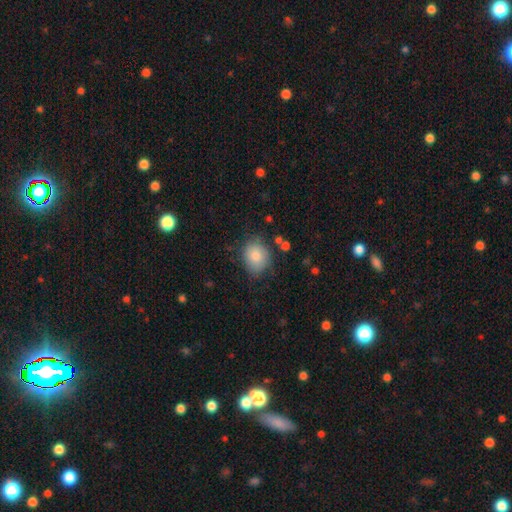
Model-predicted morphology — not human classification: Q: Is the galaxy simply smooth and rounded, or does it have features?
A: smooth — 84%.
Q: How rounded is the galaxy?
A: round — 57%.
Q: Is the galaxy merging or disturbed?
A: none — 72%.